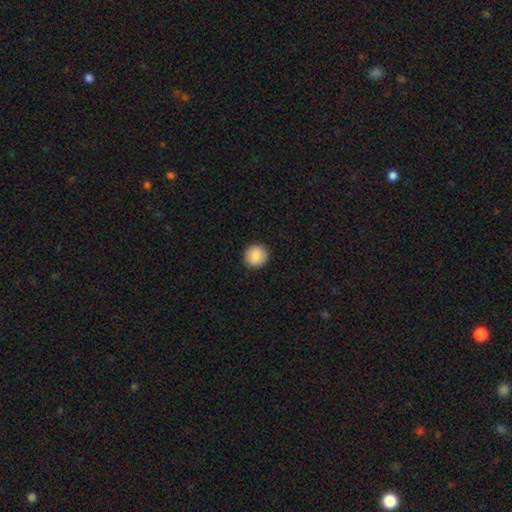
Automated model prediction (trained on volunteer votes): The model was most divided on "how rounded": round: 90%, in between: 9%, cigar-shaped: 1%. More confident: merging — none (91%); smooth or featured — smooth (88%).